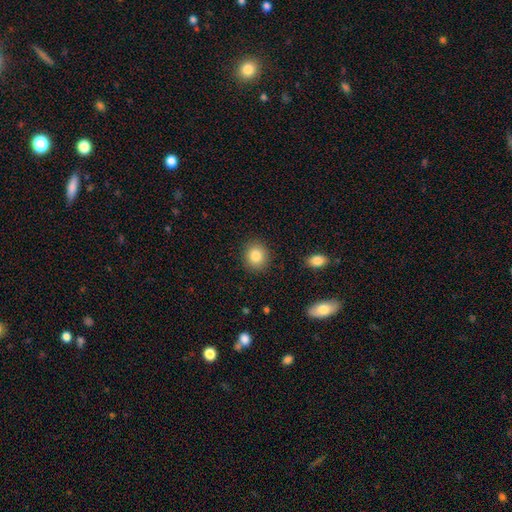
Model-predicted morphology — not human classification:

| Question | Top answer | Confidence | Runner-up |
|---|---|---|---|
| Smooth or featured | smooth | 85% | star or artifact (9%) |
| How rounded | round | 83% | in between (17%) |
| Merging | none | 89% | minor disturbance (7%) |